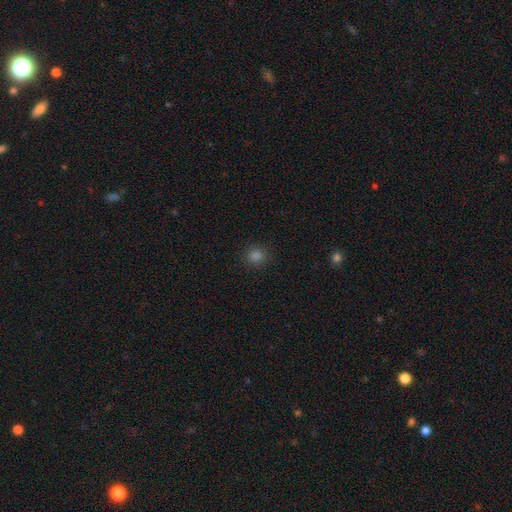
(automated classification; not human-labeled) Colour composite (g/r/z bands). It shows a smooth galaxy with no disk features (80%) that is round (87%). Merging: none (90%).